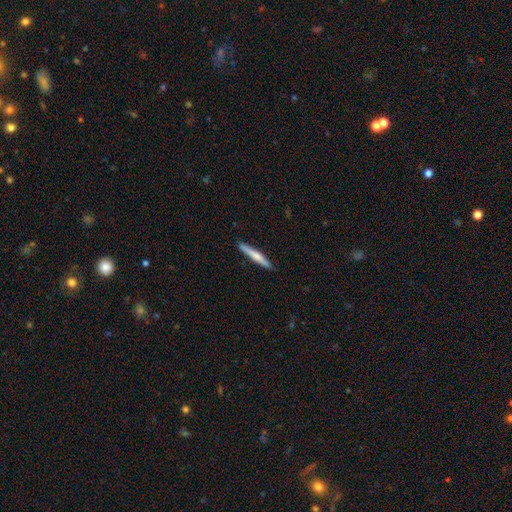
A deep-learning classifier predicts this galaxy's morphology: This is possibly a smooth galaxy (56%). How rounded: clearly cigar-shaped (95%). Merging: clearly none (90%).